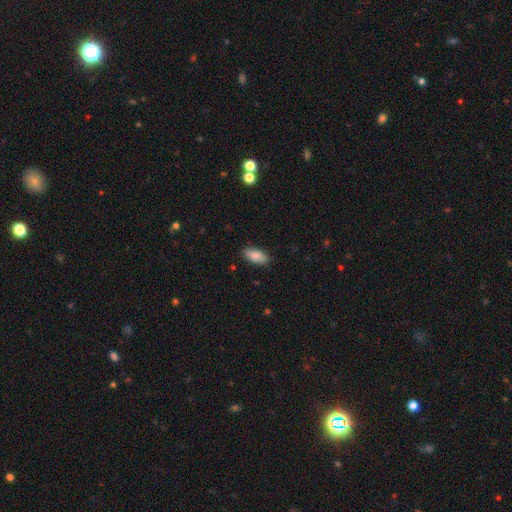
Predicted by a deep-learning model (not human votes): Smooth or featured?
  - smooth: 86% *
  - featured or disk: 7%
  - star or artifact: 6%
How rounded?
  - in between: 87% *
  - cigar-shaped: 11%
  - round: 2%
Merging?
  - none: 86% *
  - minor disturbance: 10%
  - major disturbance: 2%
  - merger: 1%